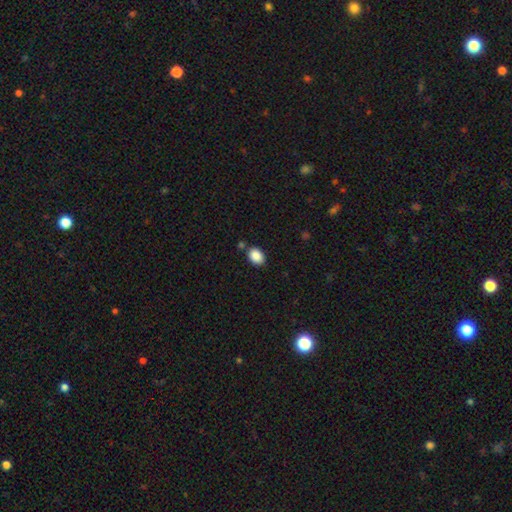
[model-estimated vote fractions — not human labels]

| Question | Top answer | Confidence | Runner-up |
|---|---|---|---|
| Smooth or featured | smooth | 88% | star or artifact (8%) |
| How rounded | in between | 72% | round (27%) |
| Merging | none | 80% | minor disturbance (11%) |